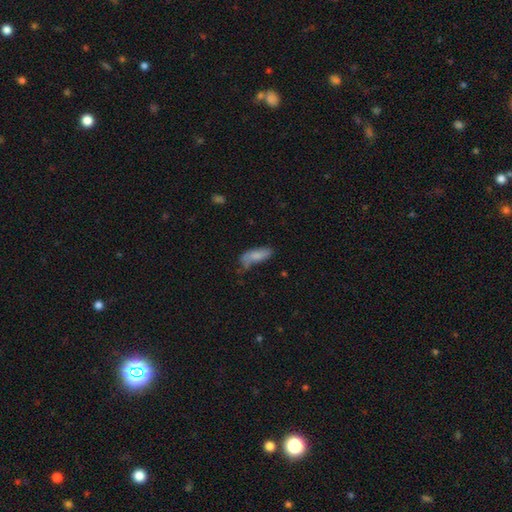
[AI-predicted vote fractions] The model was most divided on "merging": none: 48%, minor disturbance: 34%, major disturbance: 12%, merger: 6%. More confident: smooth or featured — smooth (77%); how rounded — in between (71%).